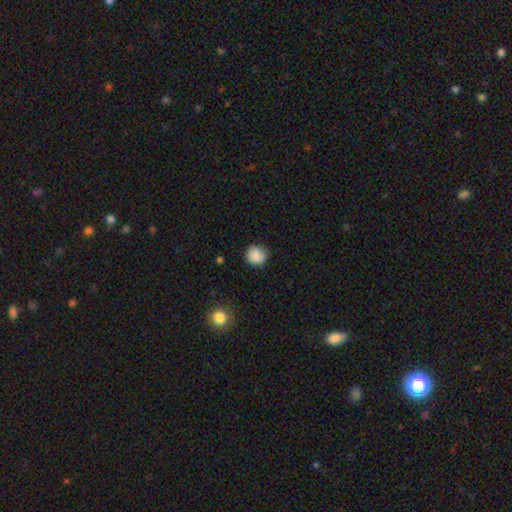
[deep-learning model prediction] Smooth or featured? smooth (87%)
How rounded? round (88%)
Merging? none (82%)